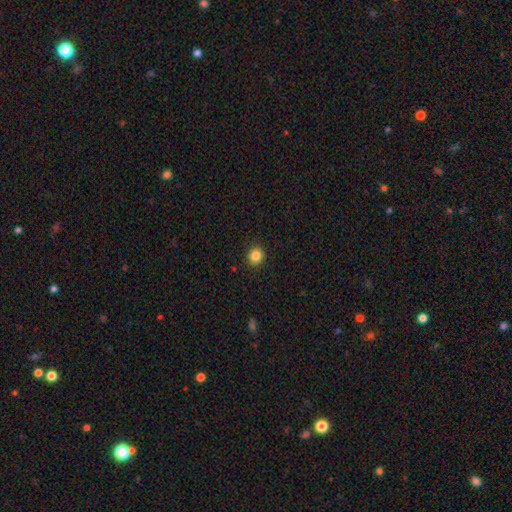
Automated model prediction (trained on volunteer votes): Smooth or featured? Predicted: smooth (p=0.84). How rounded? Predicted: round (p=0.82). Merging? Predicted: none (p=0.91).